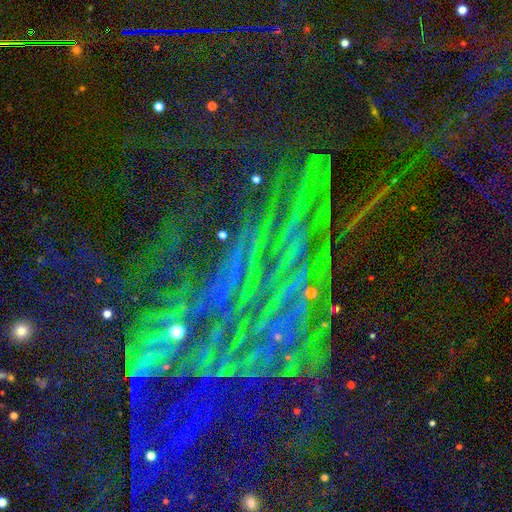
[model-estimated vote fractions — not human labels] star or artifact 85%, featured or disk 9%, smooth 7%.